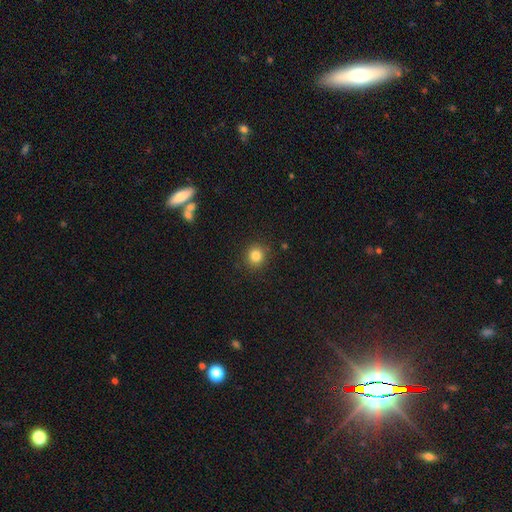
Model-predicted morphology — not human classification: smooth-or-featured: smooth: 83% | star or artifact: 12% | featured or disk: 5%
  how-rounded: round: 89% | in between: 10% | cigar-shaped: 1%
  merging: none: 89% | minor disturbance: 7% | major disturbance: 2% | merger: 1%